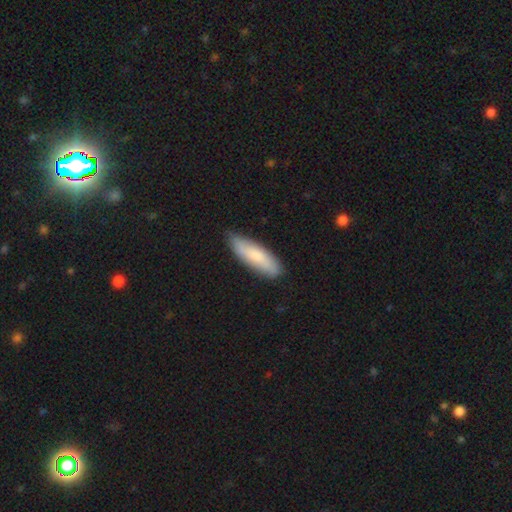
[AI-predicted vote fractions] Smooth or featured? smooth (72%)
How rounded? cigar-shaped (51%)
Merging? none (78%)